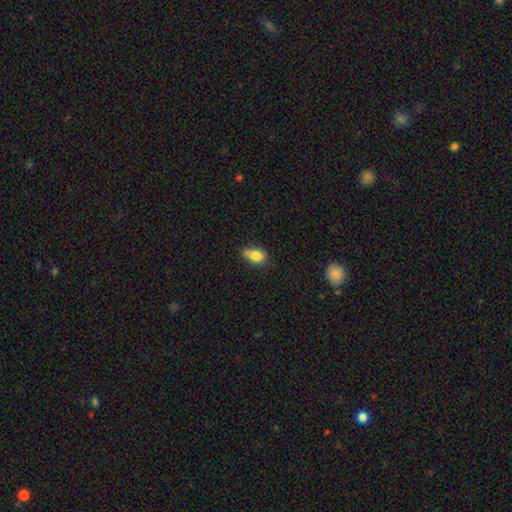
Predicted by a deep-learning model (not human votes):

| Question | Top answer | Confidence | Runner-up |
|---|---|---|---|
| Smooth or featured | smooth | 80% | featured or disk (10%) |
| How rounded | in between | 76% | round (21%) |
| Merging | none | 45% | minor disturbance (32%) |